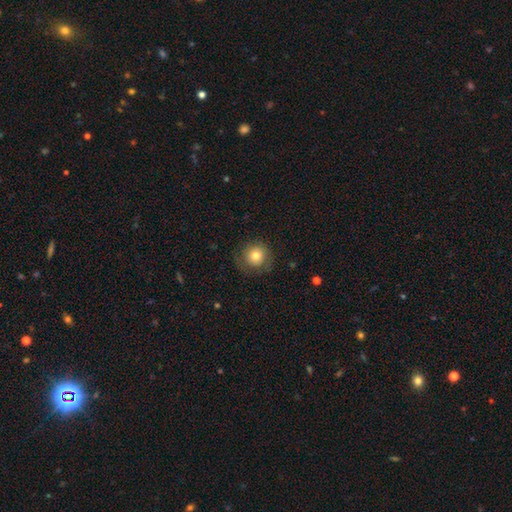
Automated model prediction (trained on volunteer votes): Overall: smooth (75%). How rounded: round (93%). Merging: none (77%).